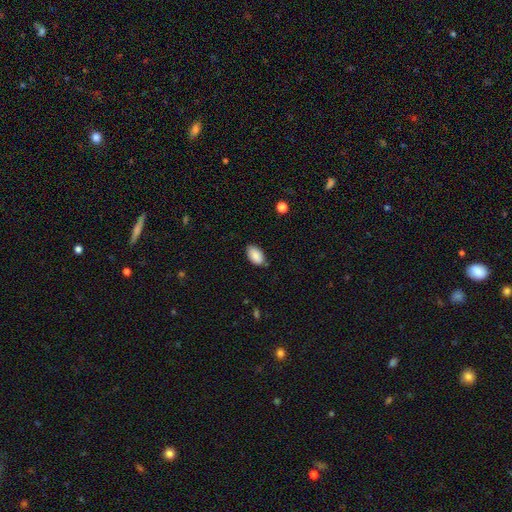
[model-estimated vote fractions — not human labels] A smooth galaxy with no disk features (86%) that is in between round and cigar-shaped (94%).

Vote fractions:
- Smooth or featured? smooth: 86% / star or artifact: 7% / featured or disk: 7%
- How rounded? in between: 94% / round: 5% / cigar-shaped: 1%
- Merging? none: 78% / minor disturbance: 18% / major disturbance: 3% / merger: 2%